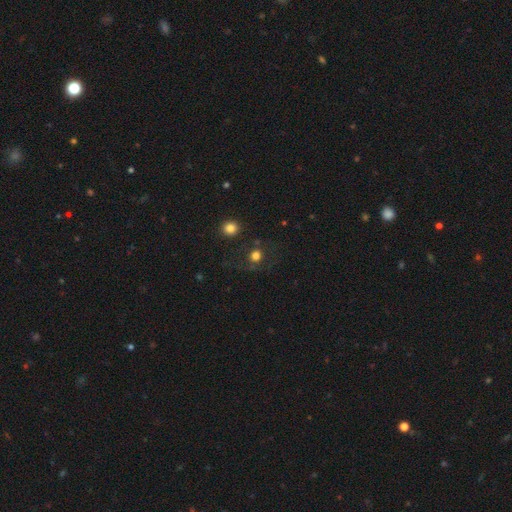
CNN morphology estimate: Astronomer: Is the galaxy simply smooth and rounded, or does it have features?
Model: smooth — 74%.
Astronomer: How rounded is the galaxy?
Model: round — 87%.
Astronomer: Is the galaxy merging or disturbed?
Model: none — 73%.